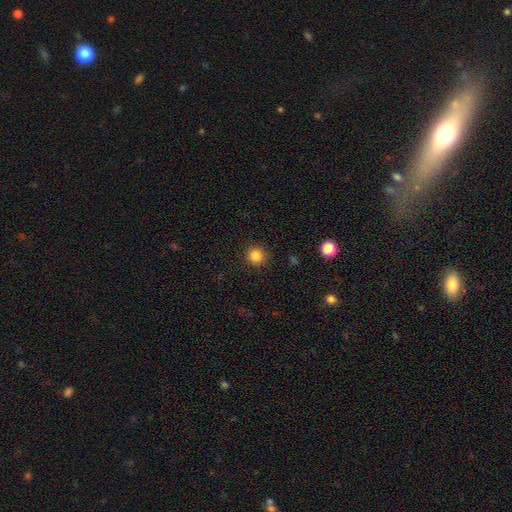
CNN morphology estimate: Smooth or featured?
  - smooth: 84% *
  - star or artifact: 12%
  - featured or disk: 4%
How rounded?
  - round: 95% *
  - in between: 4%
  - cigar-shaped: 1%
Merging?
  - none: 91% *
  - minor disturbance: 6%
  - major disturbance: 2%
  - merger: 1%